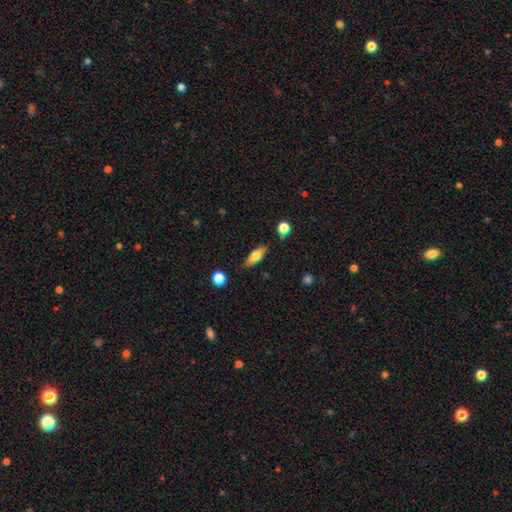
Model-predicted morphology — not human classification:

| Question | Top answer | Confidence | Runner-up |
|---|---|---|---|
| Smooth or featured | smooth | 58% | featured or disk (35%) |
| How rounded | in between | 57% | cigar-shaped (40%) |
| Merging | none | 81% | minor disturbance (13%) |